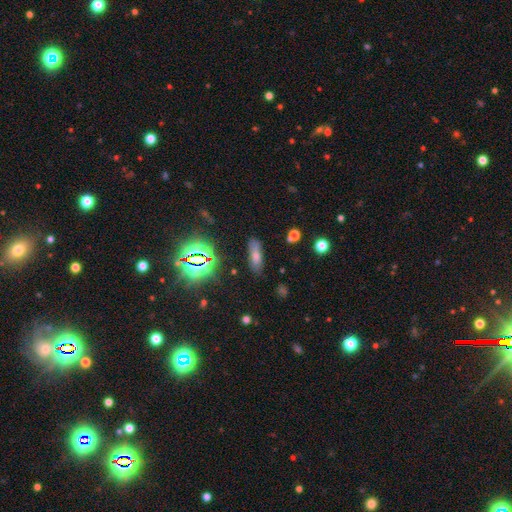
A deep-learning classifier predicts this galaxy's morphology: A smooth galaxy with no disk features (46%).

Vote fractions:
- Smooth or featured? smooth: 46% / star or artifact: 35% / featured or disk: 19%
- Merging? none: 83% / minor disturbance: 11% / major disturbance: 3% / merger: 2%